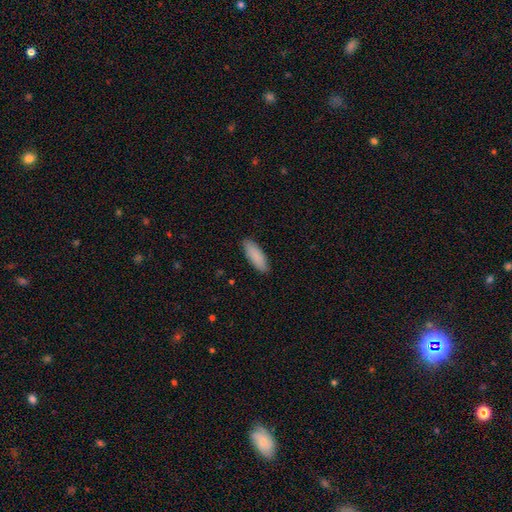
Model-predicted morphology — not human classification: Smooth or featured? Predicted: smooth (p=0.89). How rounded? Predicted: in between (p=0.64). Merging? Predicted: none (p=0.88).